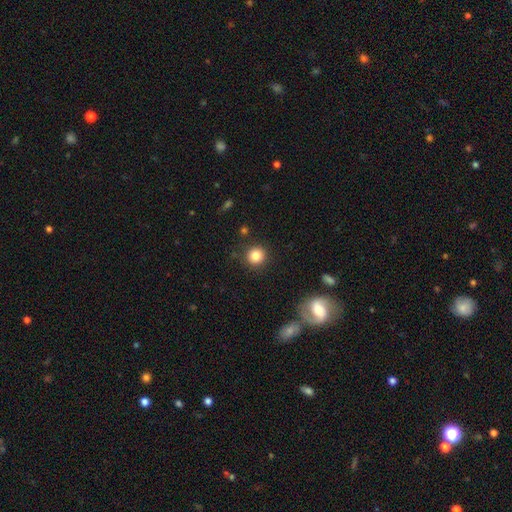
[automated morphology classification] Overall: smooth (83%). How rounded: round (91%). Merging: none (89%).